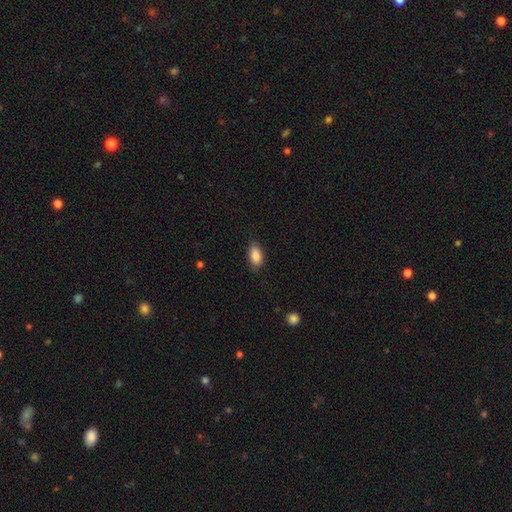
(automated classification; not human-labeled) Smooth or featured? Predicted: smooth (p=0.87). How rounded? Predicted: in between (p=0.91). Merging? Predicted: none (p=0.83).